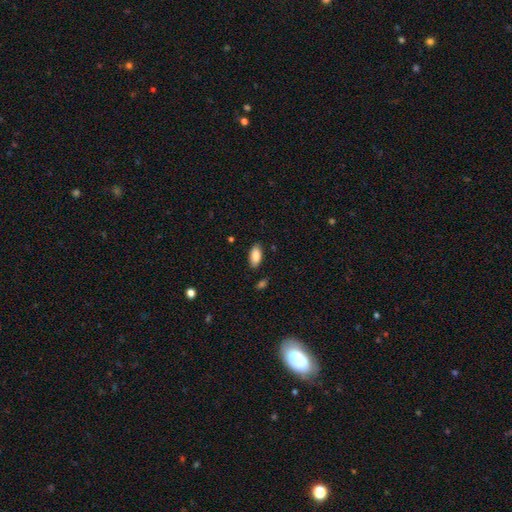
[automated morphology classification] Smooth or featured? smooth (88%)
How rounded? in between (93%)
Merging? none (85%)